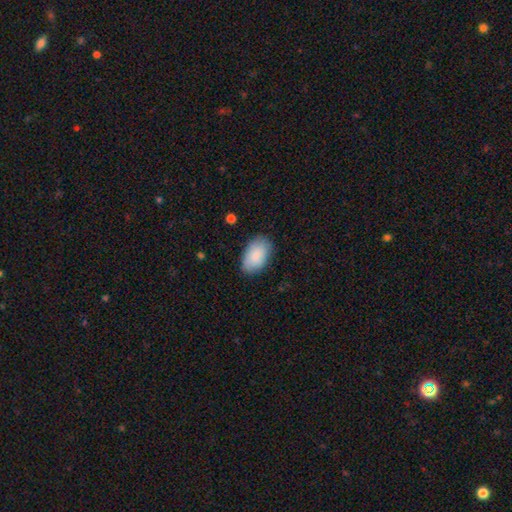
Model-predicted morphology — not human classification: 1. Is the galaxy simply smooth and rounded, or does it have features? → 88% smooth, 6% featured or disk, 6% star or artifact.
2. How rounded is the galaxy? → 94% in between, 5% round, 1% cigar-shaped.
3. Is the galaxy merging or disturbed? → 82% none, 14% minor disturbance, 3% major disturbance, 1% merger.